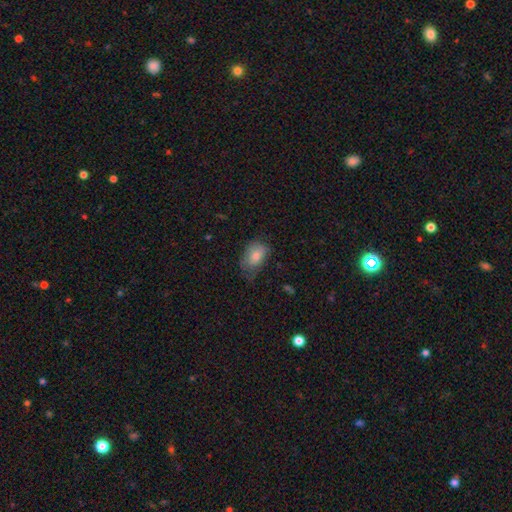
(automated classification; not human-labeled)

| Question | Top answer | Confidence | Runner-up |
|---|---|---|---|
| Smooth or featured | smooth | 76% | featured or disk (15%) |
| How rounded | in between | 84% | round (14%) |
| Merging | none | 52% | minor disturbance (34%) |